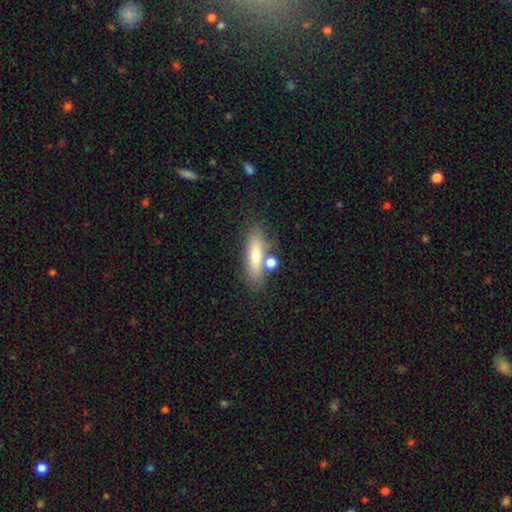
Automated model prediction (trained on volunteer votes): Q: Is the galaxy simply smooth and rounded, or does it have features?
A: smooth — 74%.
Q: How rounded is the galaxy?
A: cigar-shaped — 62%.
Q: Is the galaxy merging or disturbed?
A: none — 69%.